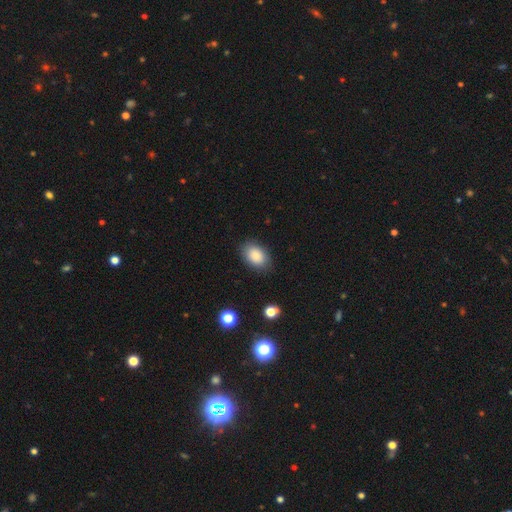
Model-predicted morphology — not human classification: smooth 87%, star or artifact 8%, featured or disk 6%. Down the decision tree: how rounded — in between (85%); merging — none (84%).